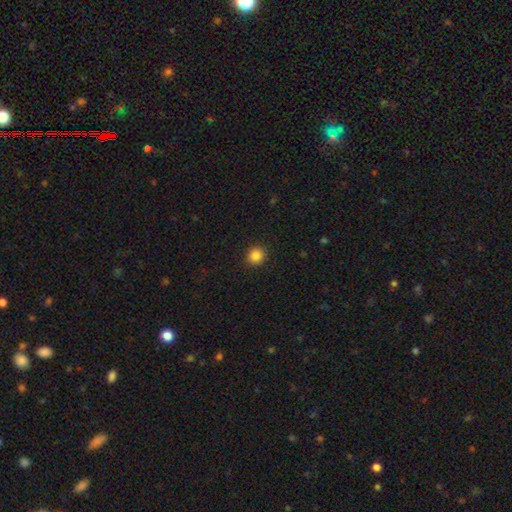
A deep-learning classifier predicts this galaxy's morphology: smooth-or-featured: smooth: 86% | star or artifact: 11% | featured or disk: 3%
  how-rounded: round: 92% | in between: 7% | cigar-shaped: 1%
  merging: none: 92% | minor disturbance: 5% | major disturbance: 2% | merger: 1%